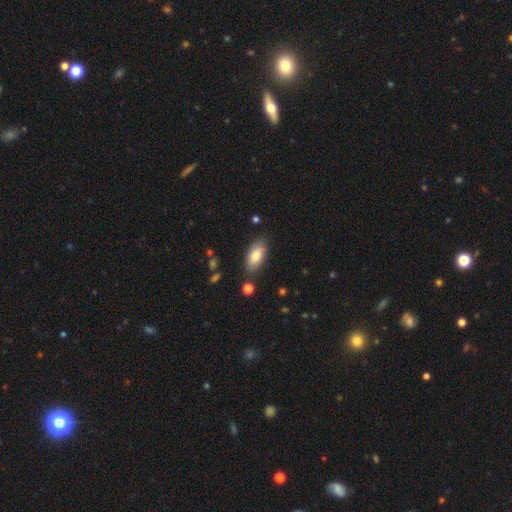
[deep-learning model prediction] Smooth or featured?
  - smooth: 78% *
  - featured or disk: 15%
  - star or artifact: 7%
How rounded?
  - in between: 90% *
  - cigar-shaped: 7%
  - round: 3%
Merging?
  - none: 79% *
  - minor disturbance: 15%
  - major disturbance: 3%
  - merger: 3%